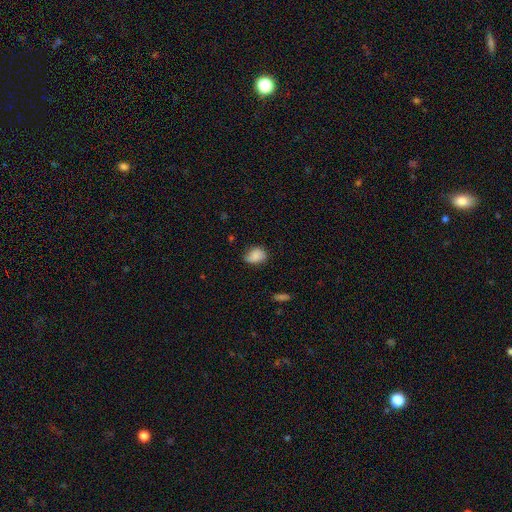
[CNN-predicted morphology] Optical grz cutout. It shows a smooth galaxy with no disk features (81%) that is in between round and cigar-shaped (71%). Merging: none (63%).